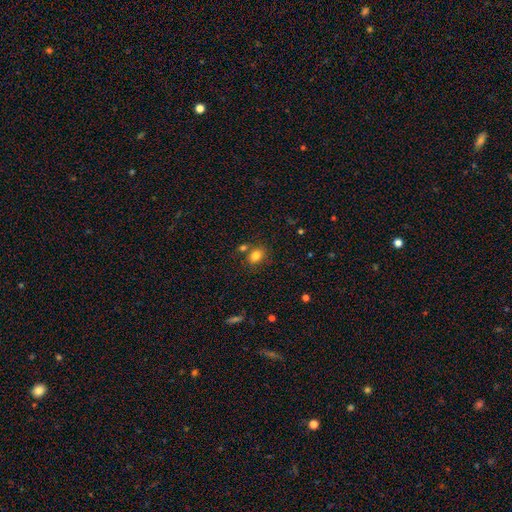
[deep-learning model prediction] Smooth or featured: smooth — 81% (star or artifact — 11%)
How rounded: in between — 65% (round — 34%)
Merging: none — 68% (merger — 16%)